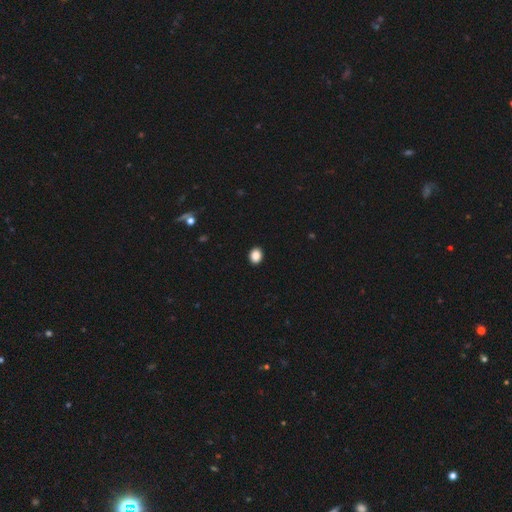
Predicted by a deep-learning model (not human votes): Smooth or featured? Predicted: smooth (p=0.88). How rounded? Predicted: in between (p=0.53). Merging? Predicted: none (p=0.92).